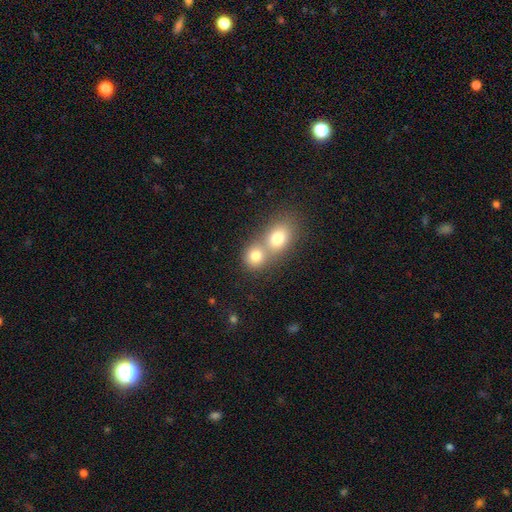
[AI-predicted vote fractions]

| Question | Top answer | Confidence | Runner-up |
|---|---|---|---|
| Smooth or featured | smooth | 77% | featured or disk (12%) |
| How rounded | round | 70% | in between (29%) |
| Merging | merger | 61% | none (31%) |